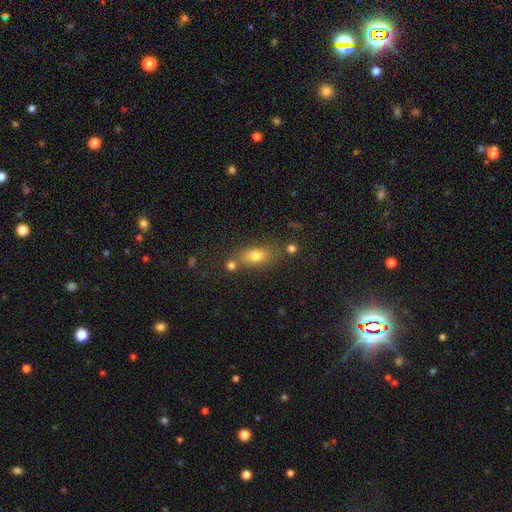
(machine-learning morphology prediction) smooth 75%, featured or disk 14%, star or artifact 11%. Down the decision tree: how rounded — in between (77%); merging — none (66%).